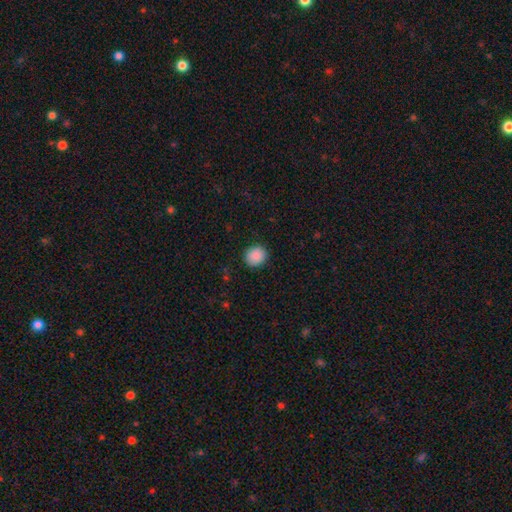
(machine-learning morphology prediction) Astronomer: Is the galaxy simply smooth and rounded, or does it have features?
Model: smooth — 89%.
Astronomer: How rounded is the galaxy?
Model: round — 79%.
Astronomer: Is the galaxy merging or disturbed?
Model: none — 89%.